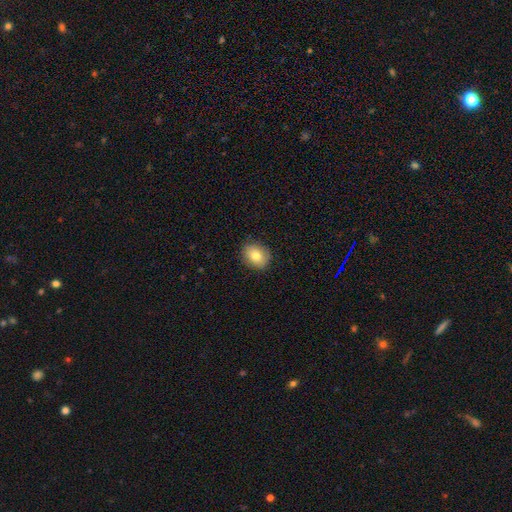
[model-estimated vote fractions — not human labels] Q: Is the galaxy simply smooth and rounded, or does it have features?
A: smooth — 79%.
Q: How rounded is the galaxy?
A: in between — 50%.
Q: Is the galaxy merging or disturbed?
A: none — 87%.